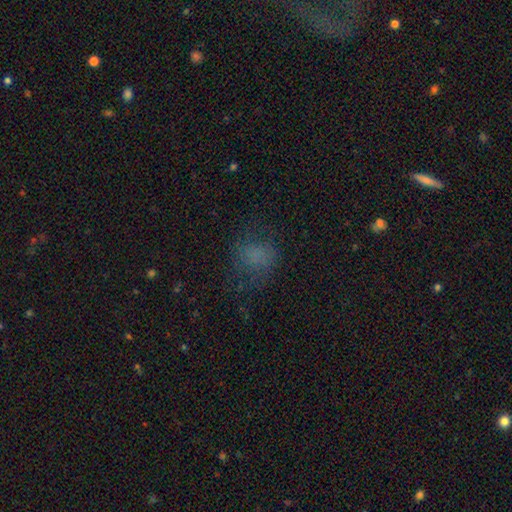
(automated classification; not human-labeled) A smooth galaxy with no disk features (60%) that is round (65%).

Vote fractions:
- Smooth or featured? smooth: 60% / star or artifact: 21% / featured or disk: 19%
- How rounded? round: 65% / in between: 33% / cigar-shaped: 1%
- Merging? none: 58% / minor disturbance: 20% / major disturbance: 20% / merger: 2%